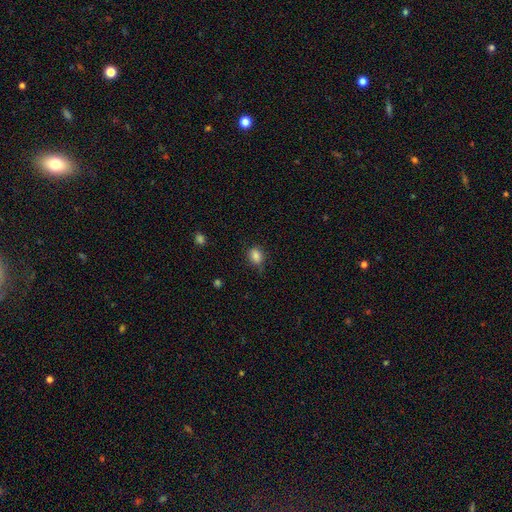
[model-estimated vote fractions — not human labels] The model was most divided on "how rounded": in between: 64%, round: 35%, cigar-shaped: 1%. More confident: smooth or featured — smooth (86%); merging — none (72%).